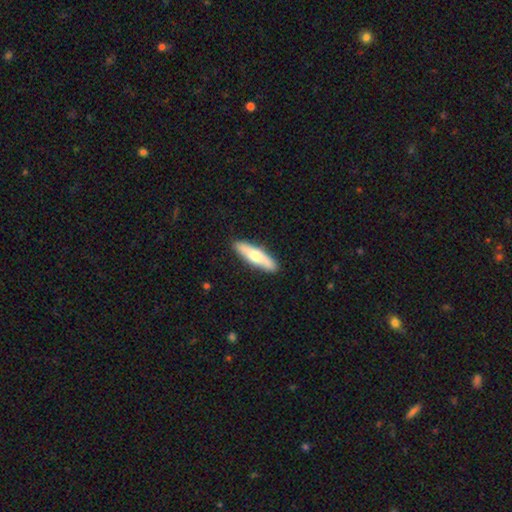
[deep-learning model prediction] smooth_or_featured: smooth (p=0.63) [alt: featured or disk p=0.32]
how_rounded: cigar-shaped (p=0.70) [alt: in between p=0.28]
merging: none (p=0.89) [alt: minor disturbance p=0.08]